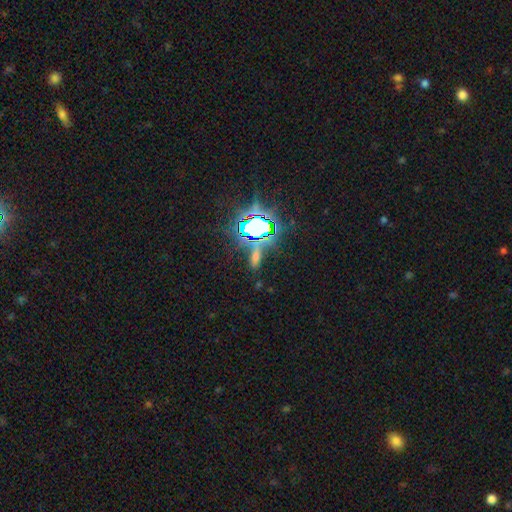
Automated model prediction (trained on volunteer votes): Smooth or featured?
  - star or artifact: 56% *
  - smooth: 29%
  - featured or disk: 14%